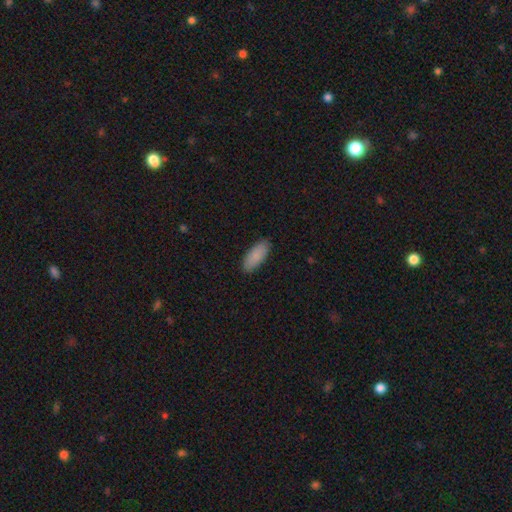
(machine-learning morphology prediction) A smooth galaxy with no disk features (87%) that is in between round and cigar-shaped (81%).

Vote fractions:
- Smooth or featured? smooth: 87% / featured or disk: 7% / star or artifact: 6%
- How rounded? in between: 81% / cigar-shaped: 17% / round: 2%
- Merging? none: 88% / minor disturbance: 9% / major disturbance: 2% / merger: 1%